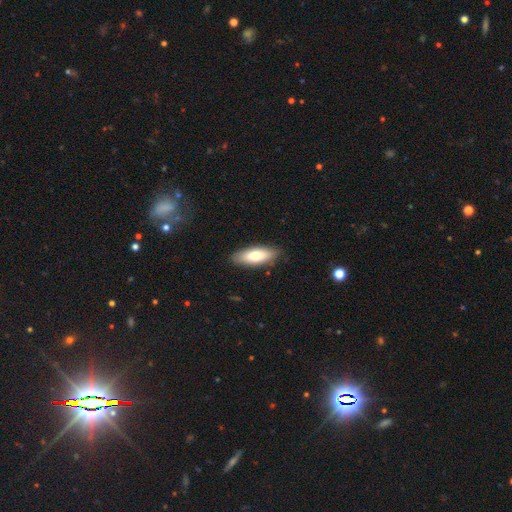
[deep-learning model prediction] This is likely a smooth galaxy (73%). How rounded: likely in between (71%). Merging: clearly none (86%).